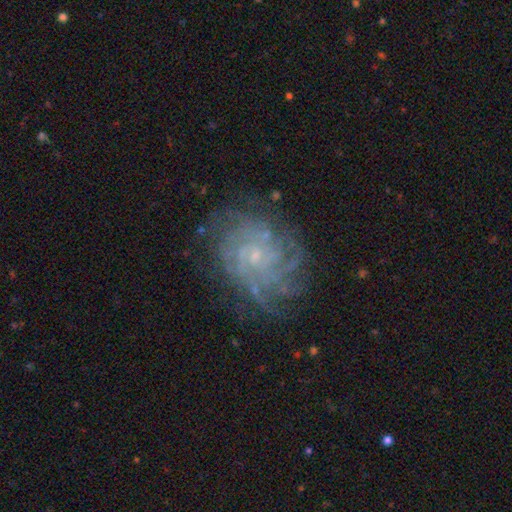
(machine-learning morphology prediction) Smooth or featured? Predicted: featured or disk (p=0.84). Edge-on disk? Predicted: no (p=0.98). Bar? Predicted: no (p=0.71). Spiral arms? Predicted: yes (p=0.96). Spiral winding? Predicted: tight (p=0.71). Spiral arm count? Predicted: can't tell (p=0.27). Bulge size? Predicted: small (p=0.81). Merging? Predicted: none (p=0.77).